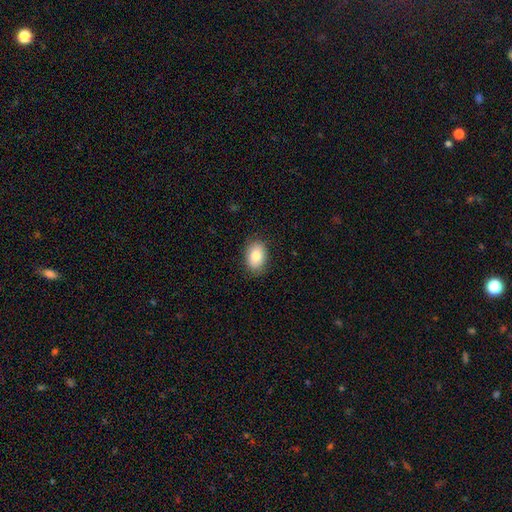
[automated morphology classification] type=smooth (82%); roundness=in between (79%); merging=none (86%).